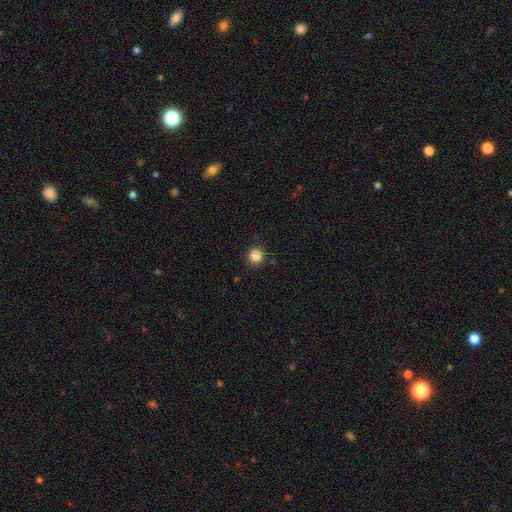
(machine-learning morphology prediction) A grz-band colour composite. It shows a smooth galaxy with no disk features (85%) that is round (94%). Merging: none (90%).